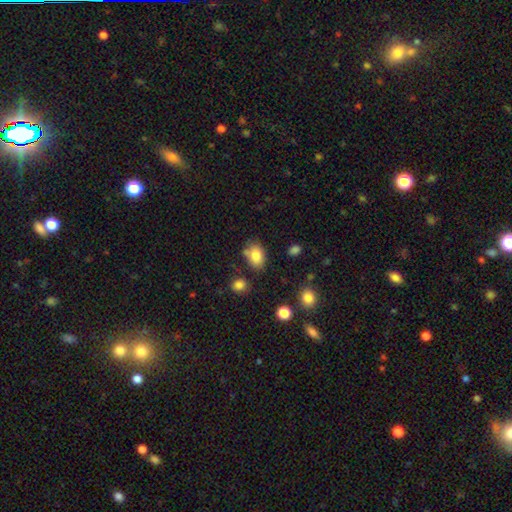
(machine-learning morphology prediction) Smooth or featured? smooth (81%)
How rounded? in between (80%)
Merging? none (67%)